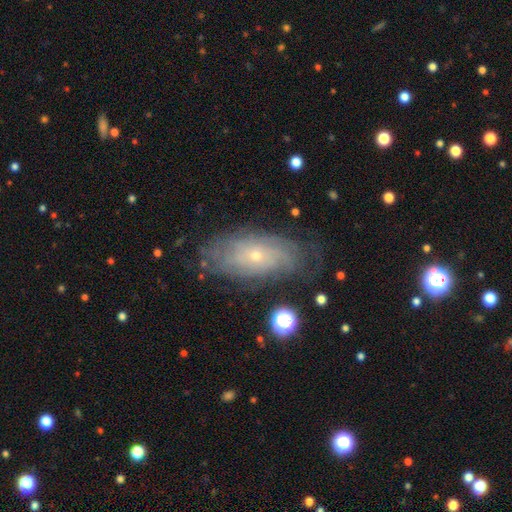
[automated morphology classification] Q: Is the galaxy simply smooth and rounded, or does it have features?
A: featured or disk — 67%.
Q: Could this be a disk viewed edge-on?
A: no — 90%.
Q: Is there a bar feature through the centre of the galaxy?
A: no — 85%.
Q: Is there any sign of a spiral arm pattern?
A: yes — 79%.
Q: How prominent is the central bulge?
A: small — 79%.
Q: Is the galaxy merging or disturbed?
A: none — 71%.